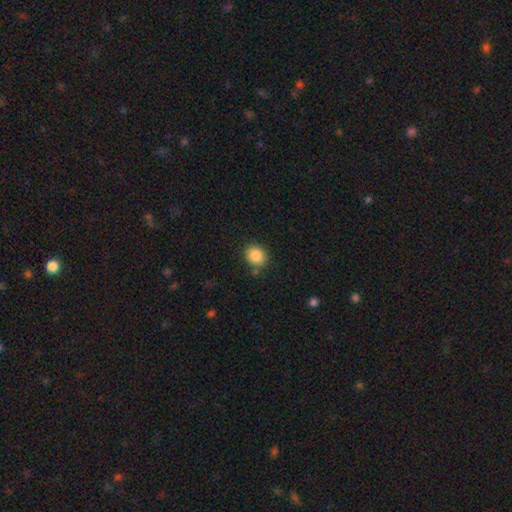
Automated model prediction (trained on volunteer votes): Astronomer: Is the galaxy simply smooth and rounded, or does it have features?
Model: smooth — 86%.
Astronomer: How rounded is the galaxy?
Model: round — 65%.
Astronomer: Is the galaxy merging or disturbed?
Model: none — 82%.